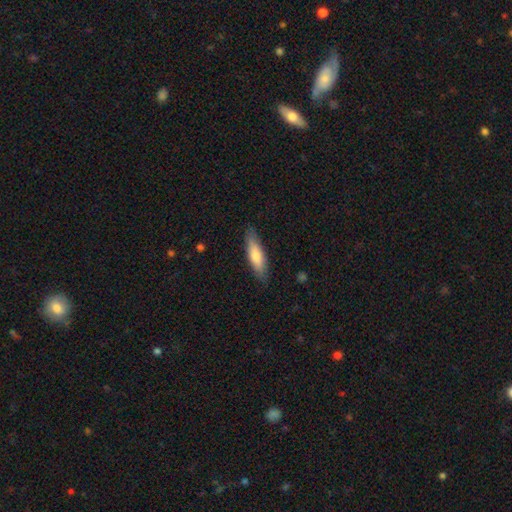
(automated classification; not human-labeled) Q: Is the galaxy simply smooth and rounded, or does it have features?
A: smooth — 72%.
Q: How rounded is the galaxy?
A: cigar-shaped — 62%.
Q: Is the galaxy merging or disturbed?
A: none — 84%.